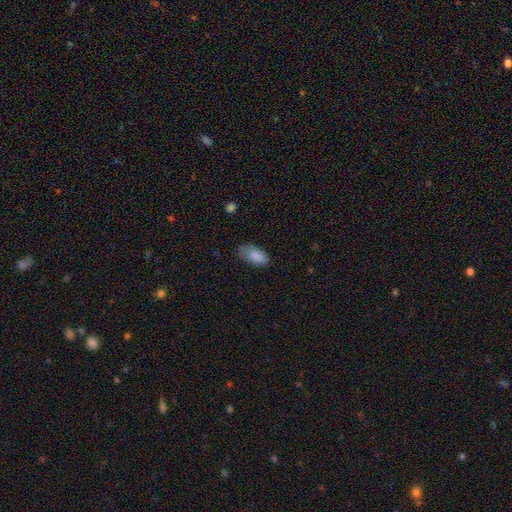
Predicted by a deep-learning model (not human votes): A smooth galaxy with no disk features (86%) that is in between round and cigar-shaped (92%). Merging: none (62%).